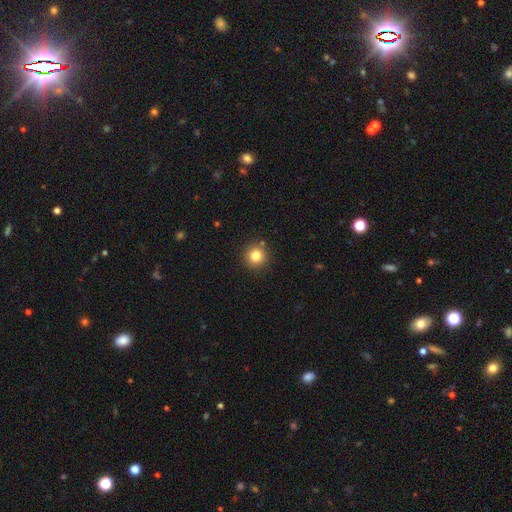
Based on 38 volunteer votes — Smooth or featured?
  - smooth: 92% *
  - star or artifact: 8%
  - featured or disk: 0%
How rounded?
  - round: 100% *
  - in between: 0%
  - cigar-shaped: 0%
Merging?
  - none: 94% *
  - merger: 6%
  - minor disturbance: 0%
  - major disturbance: 0%